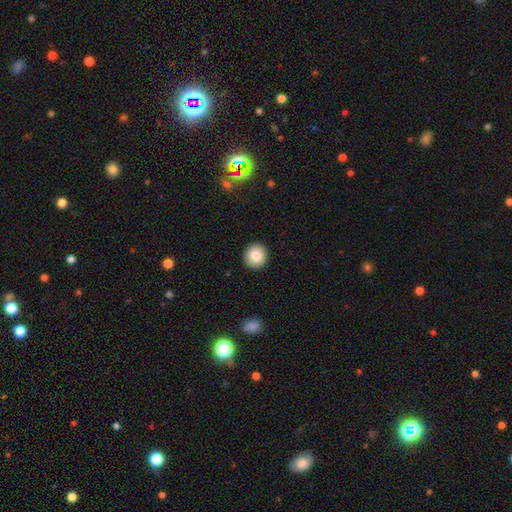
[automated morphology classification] The model was most divided on "smooth or featured": smooth: 84%, star or artifact: 8%, featured or disk: 7%. More confident: merging — none (93%); how rounded — round (92%).